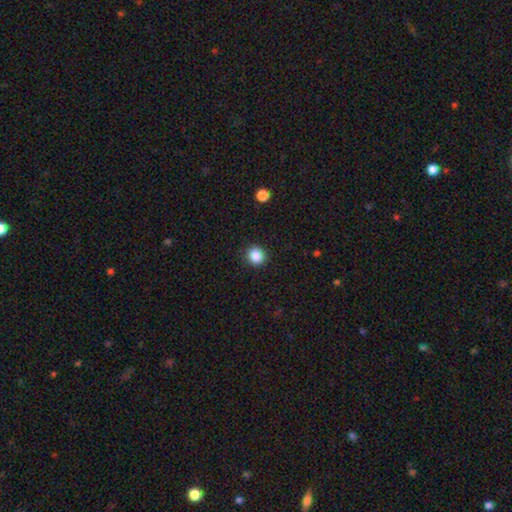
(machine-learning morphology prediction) Smooth or featured: smooth — 87% (star or artifact — 10%)
How rounded: round — 85% (in between — 14%)
Merging: none — 90% (minor disturbance — 7%)